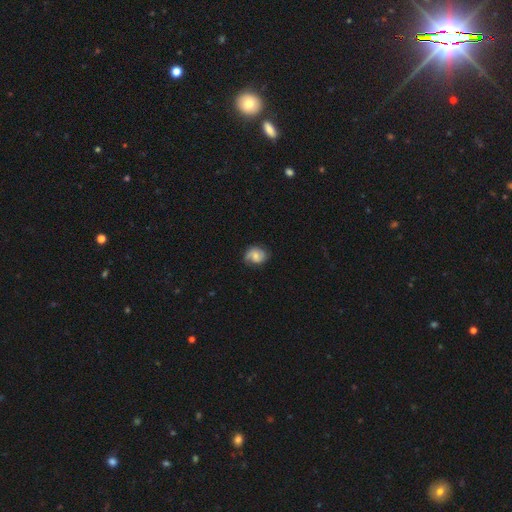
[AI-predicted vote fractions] This is possibly a featured or disk galaxy (55%). It is clearly not viewed edge-on (97%). Bar: possibly no (57%). Spiral arm pattern: clearly yes (91%). Central bulge: marginally moderate (45%). Merging: likely none (69%).